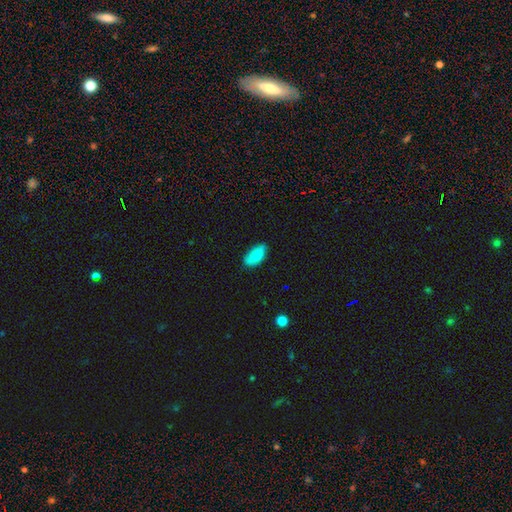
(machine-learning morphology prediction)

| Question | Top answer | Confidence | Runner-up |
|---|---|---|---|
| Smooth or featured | smooth | 82% | featured or disk (11%) |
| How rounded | in between | 89% | cigar-shaped (8%) |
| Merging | none | 80% | minor disturbance (16%) |